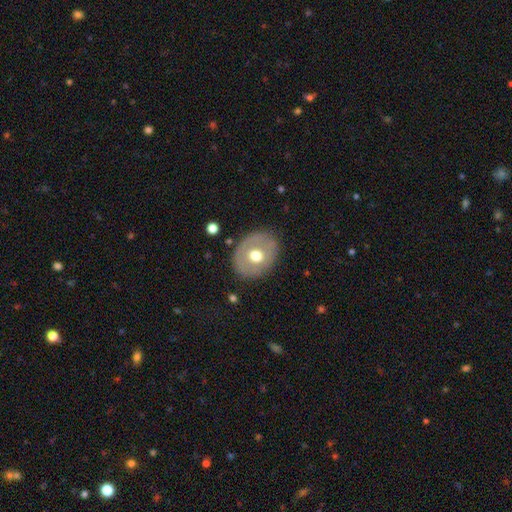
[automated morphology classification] A smooth galaxy with no disk features (53%) that is round (53%). Merging: none (80%).